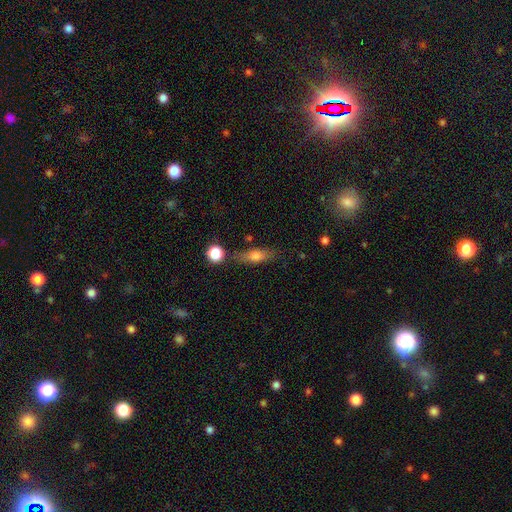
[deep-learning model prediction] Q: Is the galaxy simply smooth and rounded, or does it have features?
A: smooth — 65%.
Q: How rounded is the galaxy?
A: in between — 52%.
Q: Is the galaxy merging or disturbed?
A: none — 72%.